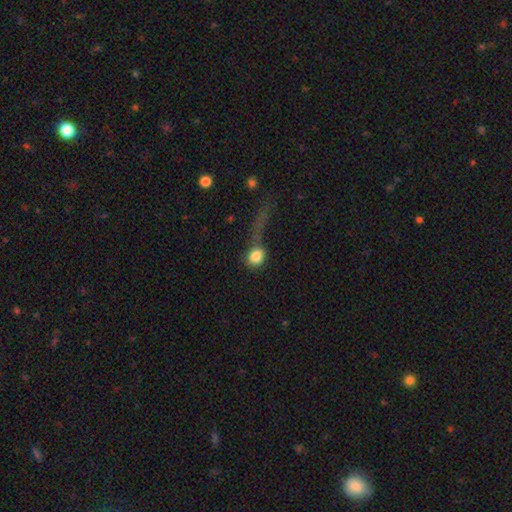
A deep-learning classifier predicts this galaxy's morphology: Smooth or featured?
  - smooth: 78% *
  - featured or disk: 12%
  - star or artifact: 11%
How rounded?
  - round: 66% *
  - in between: 31%
  - cigar-shaped: 3%
Merging?
  - major disturbance: 45% *
  - none: 28%
  - minor disturbance: 17%
  - merger: 10%